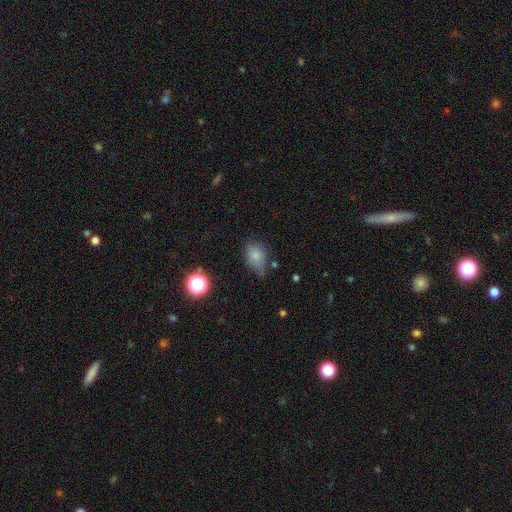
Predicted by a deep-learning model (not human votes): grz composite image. It shows a smooth galaxy with no disk features (75%) that is in between round and cigar-shaped (66%). Merging: none (50%).